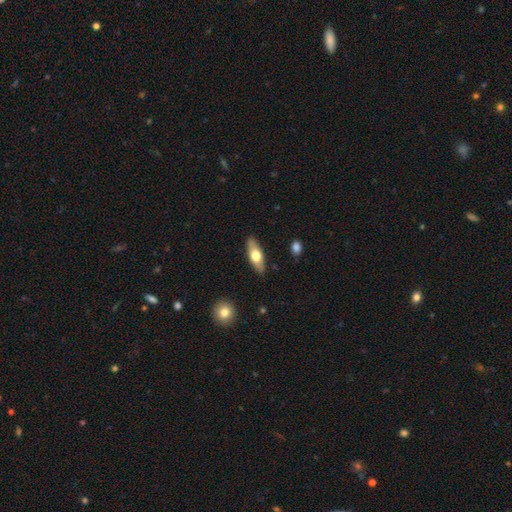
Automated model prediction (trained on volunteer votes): Overall: smooth (60%; featured or disk 35%). How rounded: in between (68%; cigar-shaped 29%). Merging: none (87%).